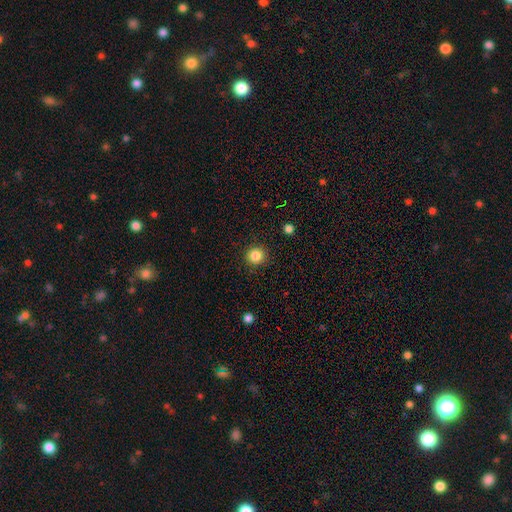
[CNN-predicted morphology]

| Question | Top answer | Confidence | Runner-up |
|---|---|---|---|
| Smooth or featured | smooth | 85% | star or artifact (11%) |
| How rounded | round | 92% | in between (7%) |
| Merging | none | 91% | minor disturbance (6%) |